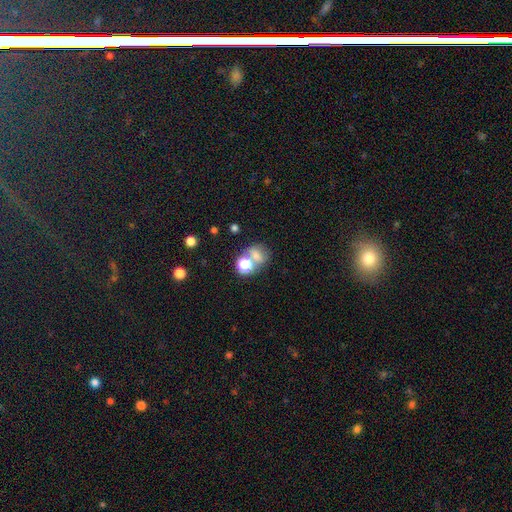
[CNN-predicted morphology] Smooth or featured? smooth (62%)
How rounded? round (61%)
Merging? none (47%)